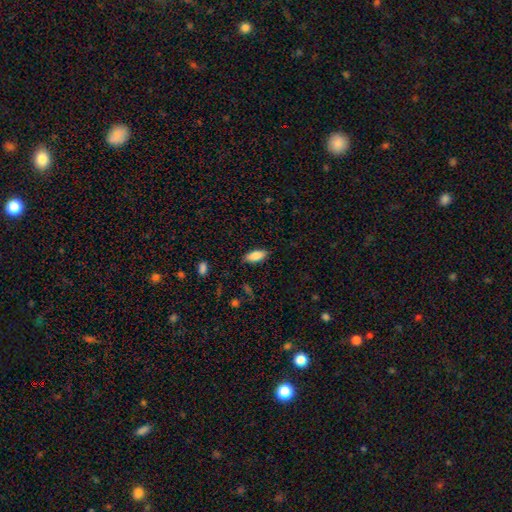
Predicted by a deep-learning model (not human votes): Morphology: type=smooth (85%); roundness=in between (86%); merging=none (85%).